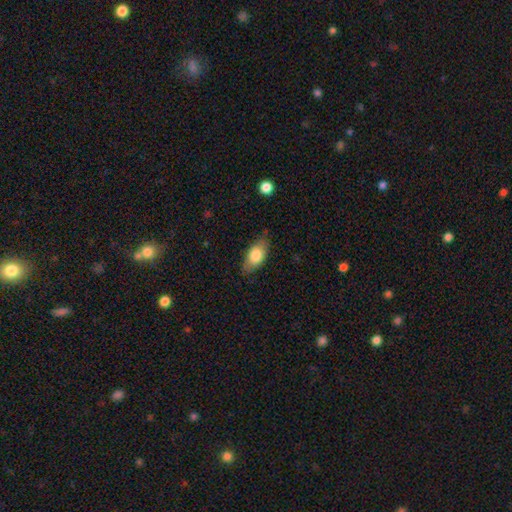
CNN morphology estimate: Smooth or featured?
  - smooth: 78% *
  - featured or disk: 15%
  - star or artifact: 6%
How rounded?
  - in between: 89% *
  - cigar-shaped: 7%
  - round: 3%
Merging?
  - none: 77% *
  - minor disturbance: 18%
  - major disturbance: 4%
  - merger: 1%